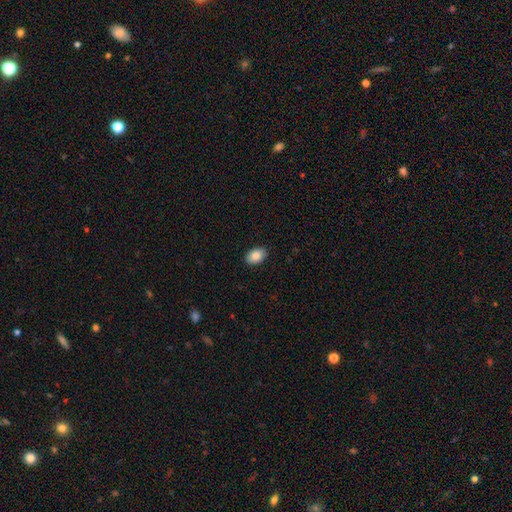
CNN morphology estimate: smooth-or-featured: smooth: 87% | star or artifact: 7% | featured or disk: 6%
  how-rounded: in between: 87% | round: 12% | cigar-shaped: 1%
  merging: none: 90% | minor disturbance: 8% | major disturbance: 2% | merger: 1%